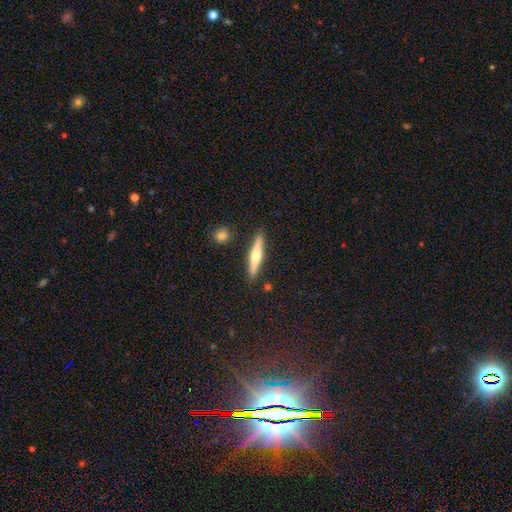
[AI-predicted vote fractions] Smooth or featured?
  - featured or disk: 54% *
  - smooth: 39%
  - star or artifact: 6%
Edge-on disk?
  - yes: 95% *
  - no: 5%
Edge-on bulge?
  - rounded: 89% *
  - none: 7%
  - boxy: 4%
Merging?
  - none: 88% *
  - minor disturbance: 8%
  - merger: 2%
  - major disturbance: 2%